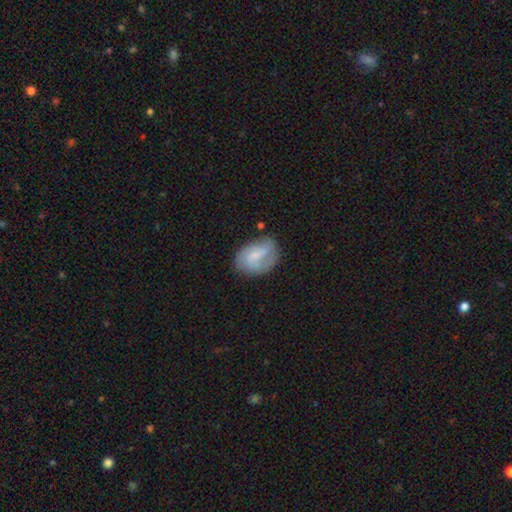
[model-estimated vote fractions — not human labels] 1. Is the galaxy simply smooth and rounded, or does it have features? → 57% featured or disk, 36% smooth, 7% star or artifact.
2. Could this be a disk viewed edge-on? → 97% no, 3% yes.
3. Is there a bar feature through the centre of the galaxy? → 52% weak, 31% no, 17% strong.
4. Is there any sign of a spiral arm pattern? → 80% yes, 20% no.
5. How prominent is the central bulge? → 53% small, 23% none, 21% moderate, 2% large, 1% dominant.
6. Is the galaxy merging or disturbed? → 60% none, 26% minor disturbance, 11% major disturbance, 3% merger.